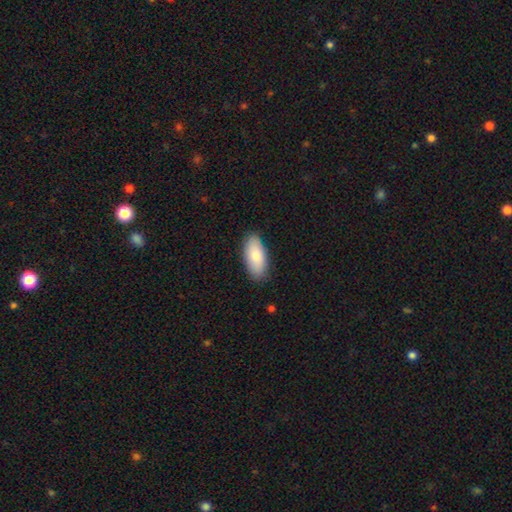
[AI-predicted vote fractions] This is clearly a smooth galaxy (82%). How rounded: clearly in between (89%). Merging: clearly none (86%).